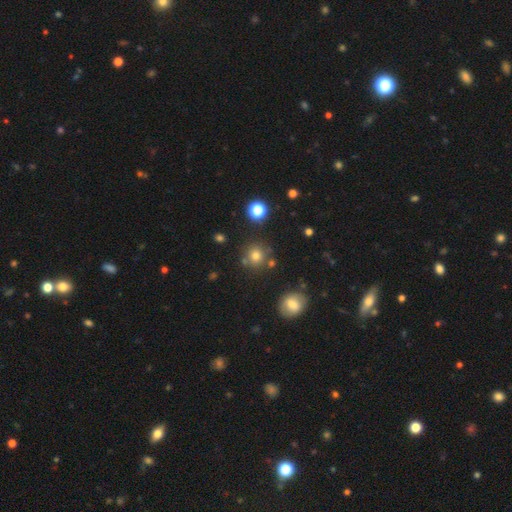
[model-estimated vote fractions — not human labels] Smooth or featured? smooth (75%)
How rounded? round (91%)
Merging? none (79%)